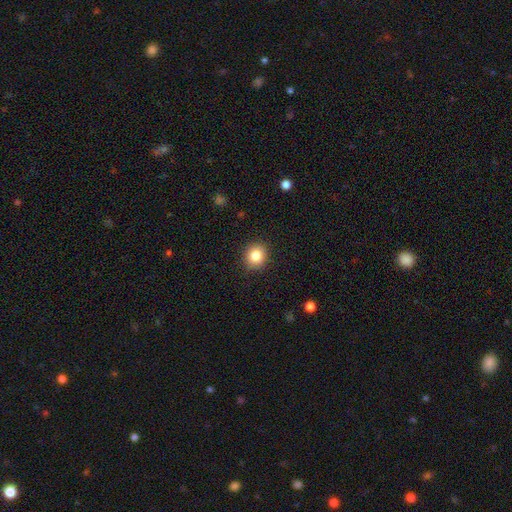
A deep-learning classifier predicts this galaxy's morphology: type=smooth (83%); roundness=round (83%); merging=none (90%).